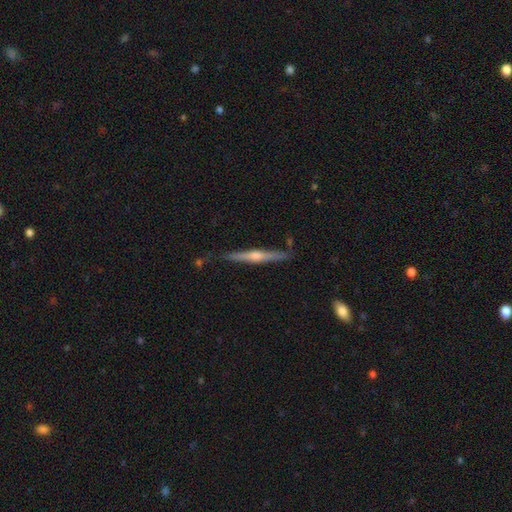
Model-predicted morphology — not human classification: Q: Smooth or featured?
A: featured or disk (76%); runner-up: smooth (18%)
Q: Edge-on disk?
A: yes (98%); runner-up: no (2%)
Q: Edge-on bulge?
A: rounded (86%); runner-up: none (9%)
Q: Merging?
A: none (85%); runner-up: minor disturbance (11%)